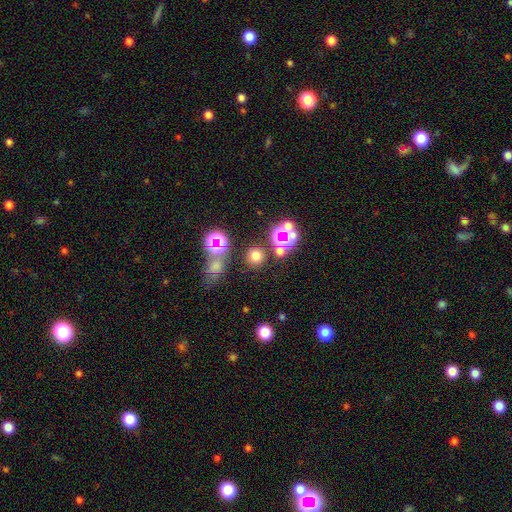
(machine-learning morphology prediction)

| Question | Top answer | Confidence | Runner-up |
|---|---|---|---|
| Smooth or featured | smooth | 67% | star or artifact (26%) |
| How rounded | round | 89% | in between (9%) |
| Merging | none | 80% | minor disturbance (8%) |